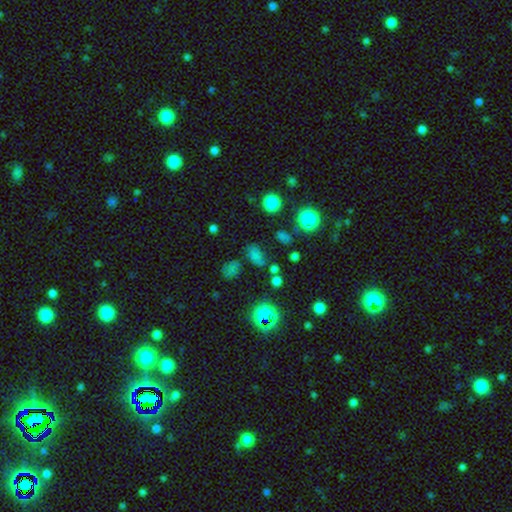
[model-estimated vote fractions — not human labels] Overall: smooth (59%; star or artifact 32%). How rounded: in between (74%). Merging: none (63%).